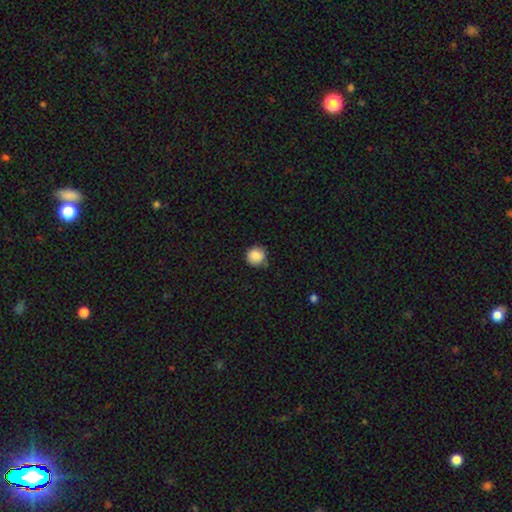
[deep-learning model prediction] smooth_or_featured: smooth (p=0.87) [alt: star or artifact p=0.09]
how_rounded: round (p=0.92) [alt: in between p=0.07]
merging: none (p=0.77) [alt: minor disturbance p=0.18]